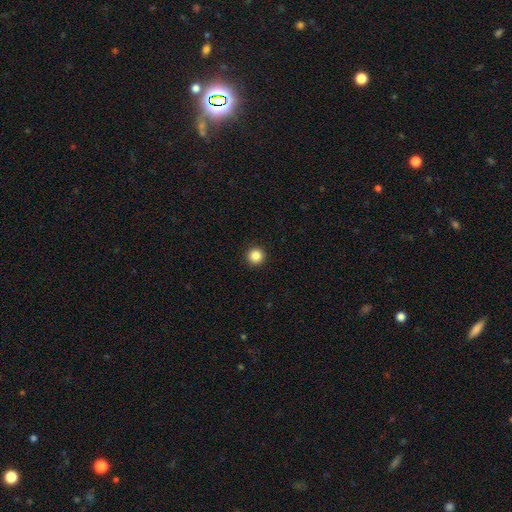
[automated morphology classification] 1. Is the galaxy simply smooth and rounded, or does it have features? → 86% smooth, 10% star or artifact, 3% featured or disk.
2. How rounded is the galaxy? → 96% round, 3% in between, 1% cigar-shaped.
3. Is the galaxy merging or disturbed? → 94% none, 4% minor disturbance, 1% major disturbance, 1% merger.